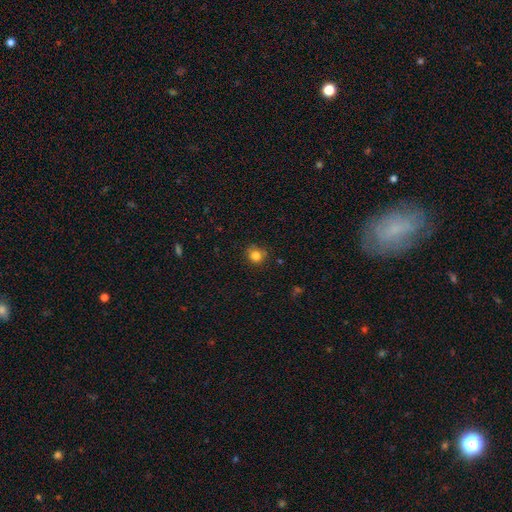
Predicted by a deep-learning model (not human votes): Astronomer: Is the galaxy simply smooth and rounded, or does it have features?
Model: smooth — 83%.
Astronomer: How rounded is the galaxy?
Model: round — 87%.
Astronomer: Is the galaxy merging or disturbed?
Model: none — 80%.